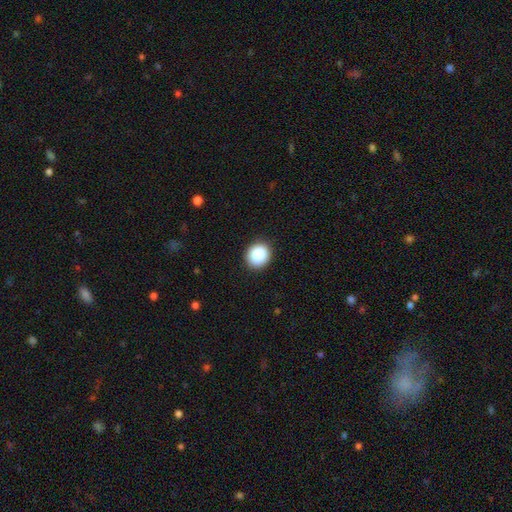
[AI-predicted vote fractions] The model was most divided on "how rounded": round: 82%, in between: 17%, cigar-shaped: 1%. More confident: merging — none (91%); smooth or featured — smooth (88%).